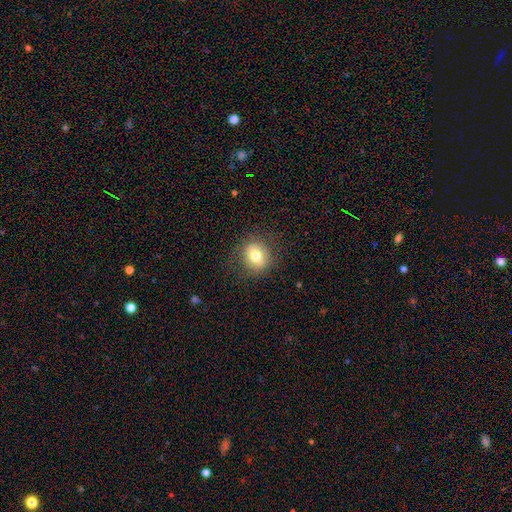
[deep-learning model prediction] Smooth or featured? smooth (72%)
How rounded? round (79%)
Merging? none (84%)